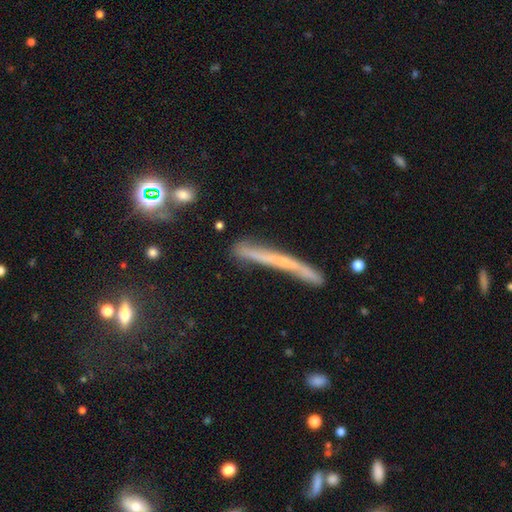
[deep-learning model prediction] Morphology: type=featured or disk (47%); merging=none (61%).